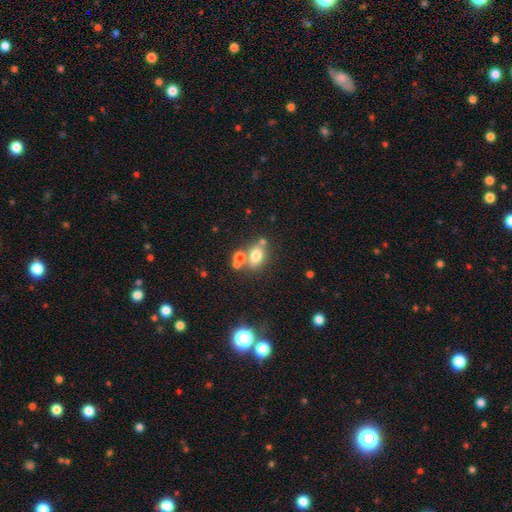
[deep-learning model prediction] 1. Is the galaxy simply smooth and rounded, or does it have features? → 72% smooth, 14% featured or disk, 14% star or artifact.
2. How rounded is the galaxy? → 68% in between, 30% round, 2% cigar-shaped.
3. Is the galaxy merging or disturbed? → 55% none, 28% merger, 12% minor disturbance, 5% major disturbance.